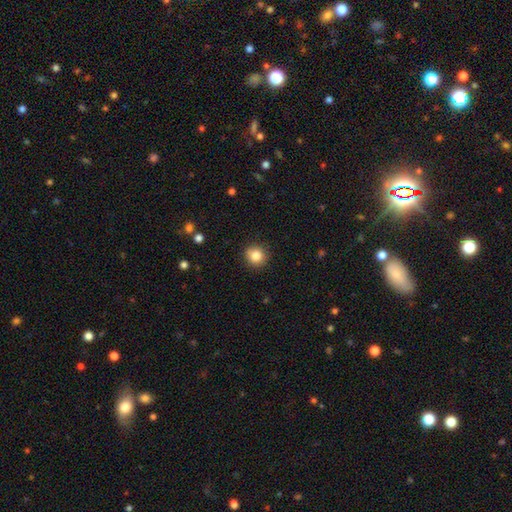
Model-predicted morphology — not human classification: Smooth or featured? Predicted: smooth (p=0.84). How rounded? Predicted: round (p=0.91). Merging? Predicted: none (p=0.89).